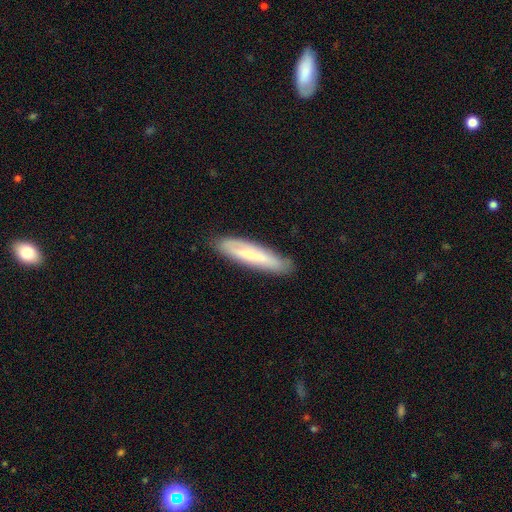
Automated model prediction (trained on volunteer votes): smooth-or-featured: smooth: 52% | featured or disk: 40% | star or artifact: 7%
  how-rounded: cigar-shaped: 80% | in between: 19% | round: 1%
  merging: none: 86% | minor disturbance: 11% | major disturbance: 2% | merger: 1%